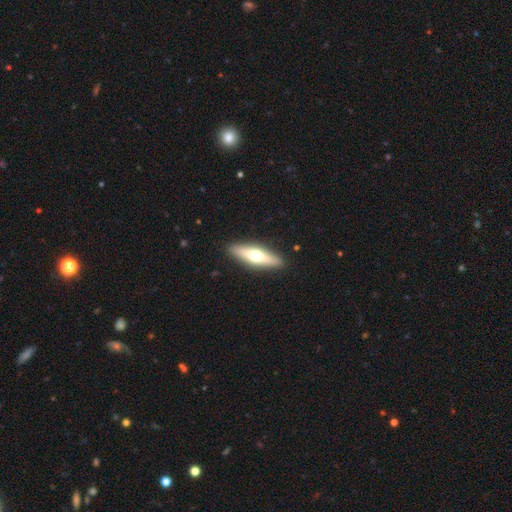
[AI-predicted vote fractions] Smooth or featured: featured or disk — 50% (smooth — 44%)
Edge-on disk: yes — 88% (no — 12%)
Merging: none — 90% (minor disturbance — 7%)